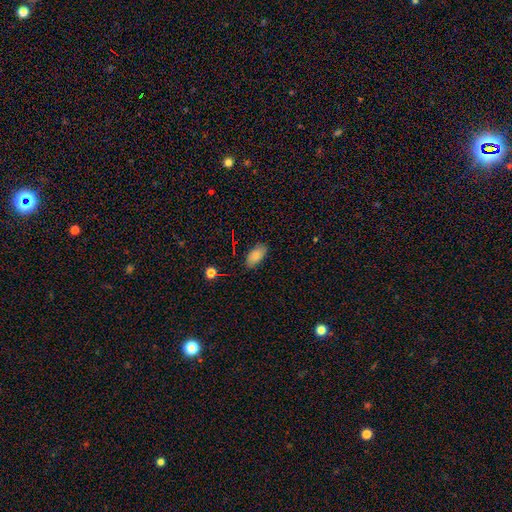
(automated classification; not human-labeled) smooth-or-featured: smooth: 83% | star or artifact: 9% | featured or disk: 8%
  how-rounded: in between: 93% | round: 4% | cigar-shaped: 3%
  merging: none: 84% | minor disturbance: 12% | major disturbance: 2% | merger: 1%